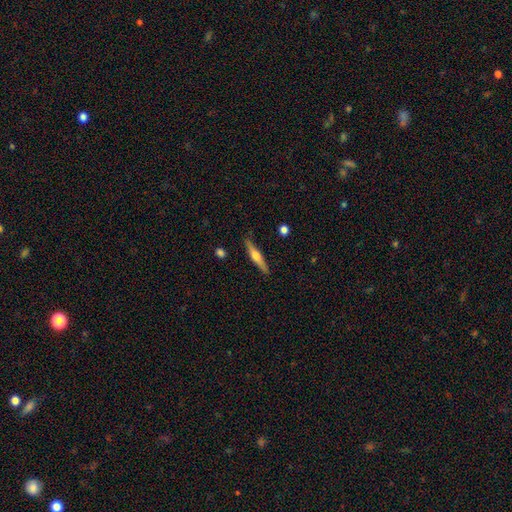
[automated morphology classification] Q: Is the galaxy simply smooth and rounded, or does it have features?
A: featured or disk — 59%.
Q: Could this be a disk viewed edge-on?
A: yes — 97%.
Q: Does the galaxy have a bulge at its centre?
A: rounded — 91%.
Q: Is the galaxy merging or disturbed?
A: none — 88%.